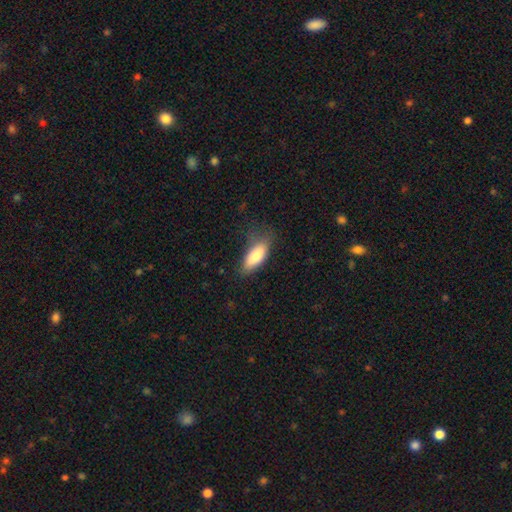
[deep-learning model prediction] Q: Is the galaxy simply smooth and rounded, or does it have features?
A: smooth — 81%.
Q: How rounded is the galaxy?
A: in between — 76%.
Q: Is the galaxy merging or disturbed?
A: none — 61%.